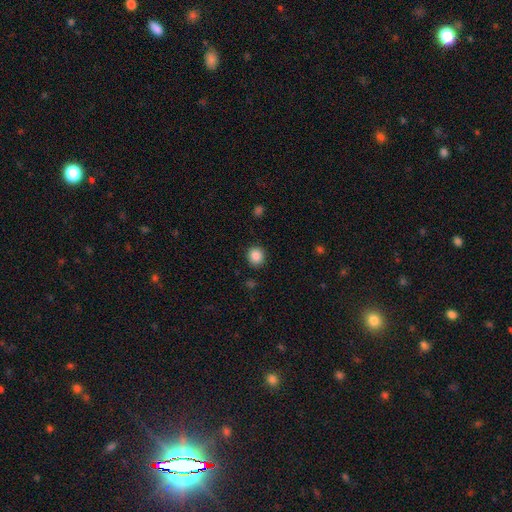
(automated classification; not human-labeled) Morphology: type=smooth (87%); roundness=round (88%); merging=none (89%).